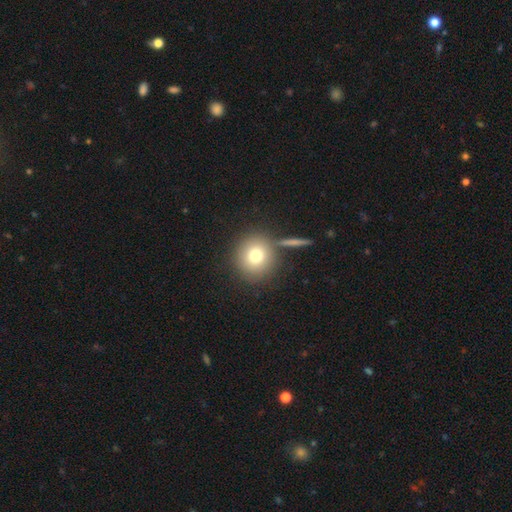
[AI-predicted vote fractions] A smooth galaxy with no disk features (77%) that is round (91%). Merging: none (78%).